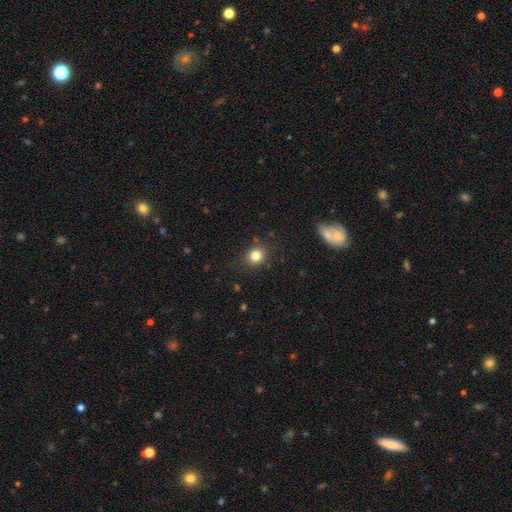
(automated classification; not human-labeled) Smooth or featured: smooth — 82% (star or artifact — 12%)
How rounded: round — 72% (in between — 27%)
Merging: none — 84% (minor disturbance — 11%)